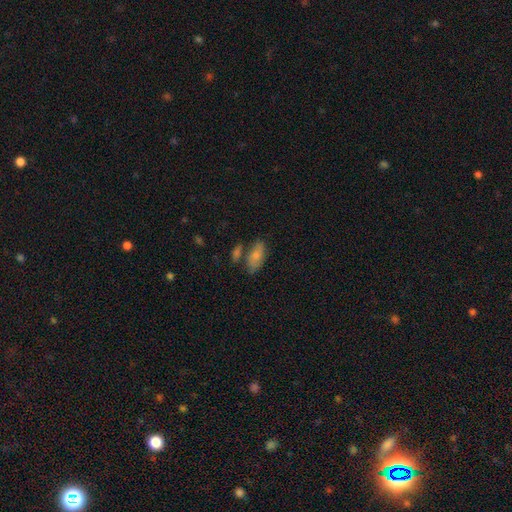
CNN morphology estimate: Smooth or featured: smooth — 75% (featured or disk — 18%)
How rounded: in between — 86% (cigar-shaped — 10%)
Merging: none — 61% (minor disturbance — 17%)